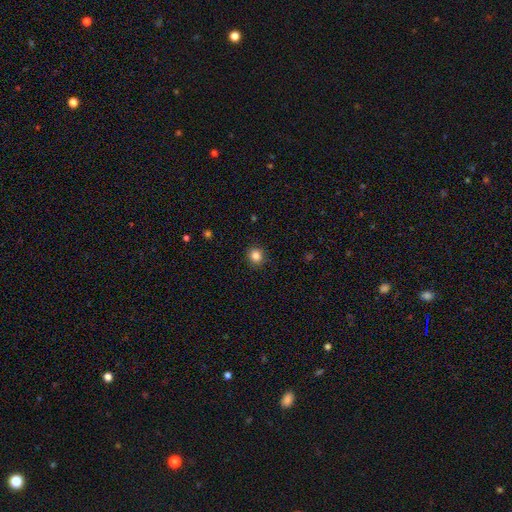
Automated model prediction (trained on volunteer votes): This is clearly a smooth galaxy (85%). How rounded: clearly round (87%). Merging: clearly none (91%).